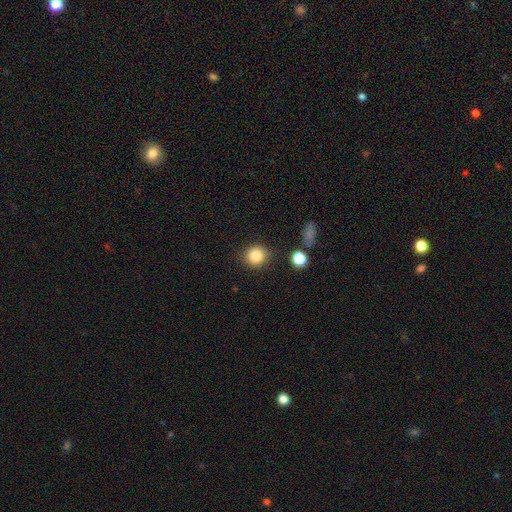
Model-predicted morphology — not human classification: smooth-or-featured: smooth: 85% | star or artifact: 10% | featured or disk: 5%
  how-rounded: round: 85% | in between: 14% | cigar-shaped: 1%
  merging: none: 84% | minor disturbance: 10% | merger: 3% | major disturbance: 3%